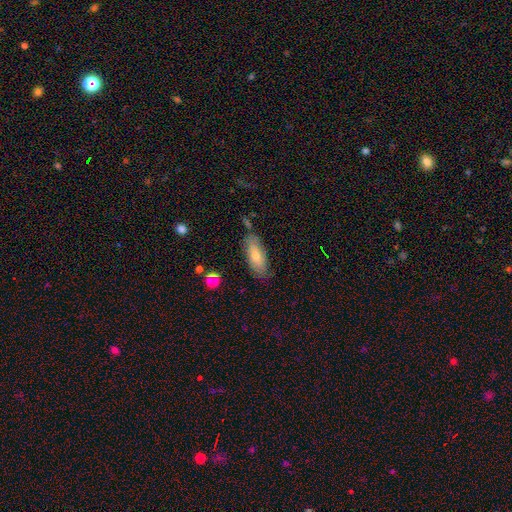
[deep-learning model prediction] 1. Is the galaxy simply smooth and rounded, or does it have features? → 66% smooth, 26% featured or disk, 8% star or artifact.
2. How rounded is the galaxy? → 72% in between, 25% cigar-shaped, 2% round.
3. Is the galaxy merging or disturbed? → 78% none, 16% minor disturbance, 3% major disturbance, 3% merger.